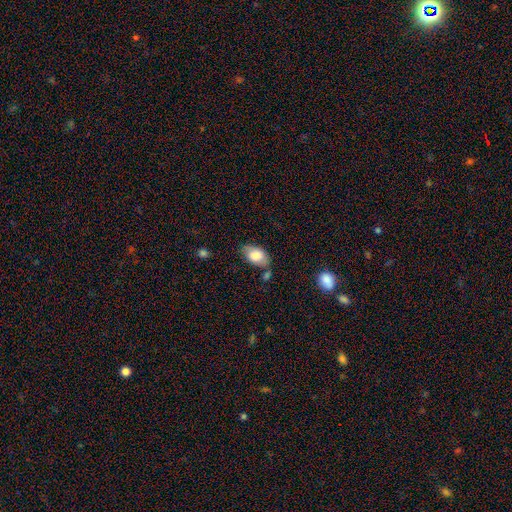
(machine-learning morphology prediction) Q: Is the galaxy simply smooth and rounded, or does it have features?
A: smooth — 77%.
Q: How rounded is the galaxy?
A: in between — 92%.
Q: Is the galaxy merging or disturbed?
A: none — 62%.